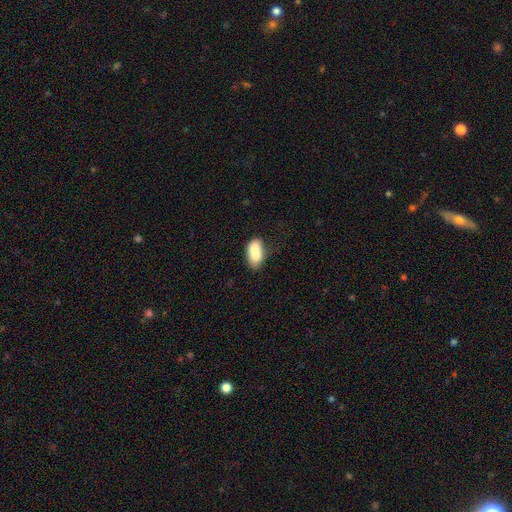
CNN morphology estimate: smooth-or-featured: smooth: 73% | featured or disk: 19% | star or artifact: 8%
  how-rounded: in between: 88% | round: 8% | cigar-shaped: 4%
  merging: merger: 39% | none: 34% | minor disturbance: 18% | major disturbance: 8%